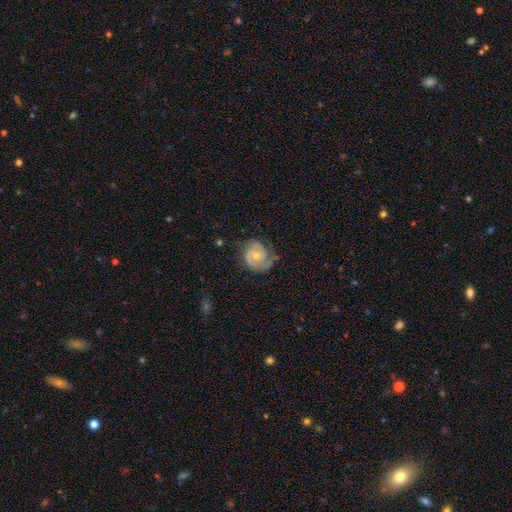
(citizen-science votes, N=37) smooth_or_featured: featured or disk (p=0.81) [alt: smooth p=0.14]
disk_edge_on: no (p=0.97) [alt: yes p=0.03]
bar: no (p=0.69) [alt: weak p=0.28]
has_spiral_arms: yes (p=0.86) [alt: no p=0.14]
spiral_winding: tight (p=0.76) [alt: medium p=0.16]
spiral_arm_count: 2 (p=0.40) [alt: 1 p=0.36]
bulge_size: small (p=0.48) [alt: moderate p=0.45]
merging: none (p=0.66) [alt: major disturbance p=0.20]